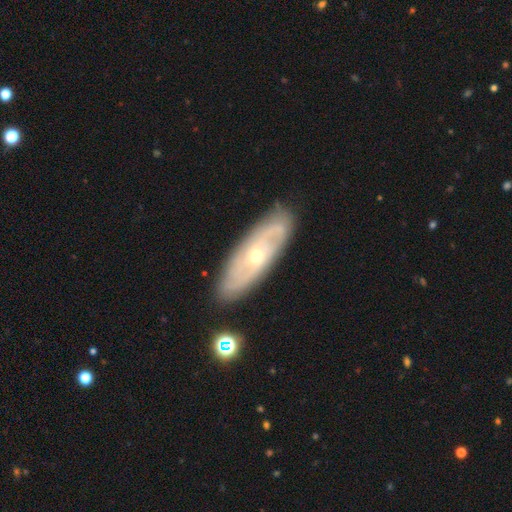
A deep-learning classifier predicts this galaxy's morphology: Overall: featured or disk (76%). Edge-on disk: no (83%). Bar: no (66%; weak 28%). Spiral arms: yes (86%). Spiral arm count: can't tell (43%; 2 33%). Spiral winding: tight (54%; medium 34%). Bulge size: moderate (51%; small 46%). Merging: none (84%).